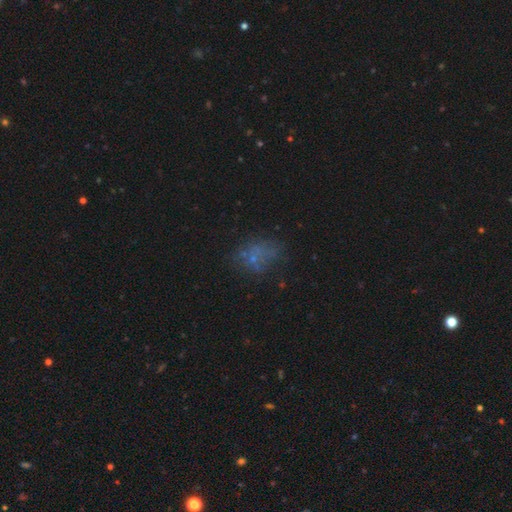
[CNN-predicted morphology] smooth 45%, star or artifact 27%, featured or disk 27%. Down the decision tree: merging — none (52%).